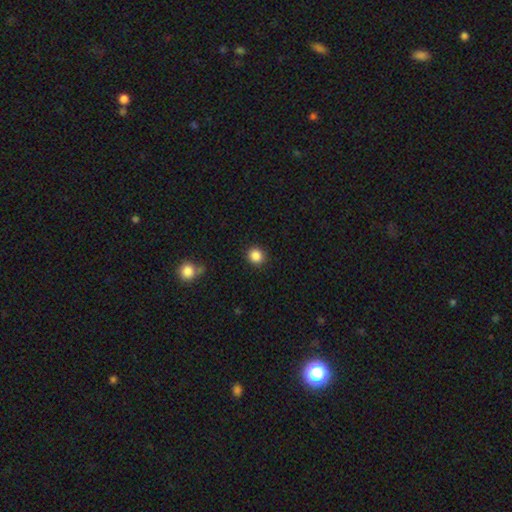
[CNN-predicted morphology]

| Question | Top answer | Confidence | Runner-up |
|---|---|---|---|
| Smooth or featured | smooth | 87% | star or artifact (10%) |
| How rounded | round | 89% | in between (10%) |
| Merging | none | 90% | minor disturbance (6%) |